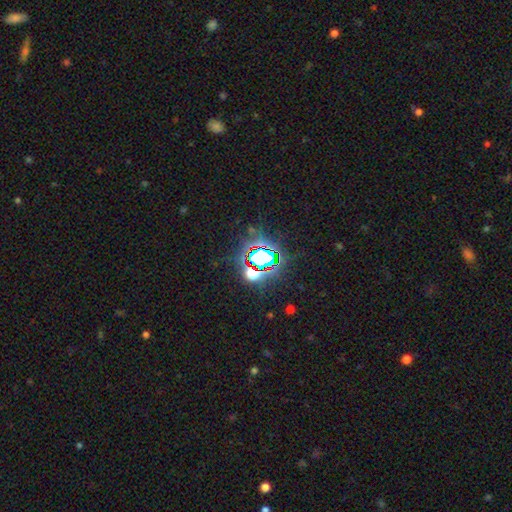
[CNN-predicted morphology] smooth-or-featured: star or artifact: 80% | smooth: 12% | featured or disk: 8%